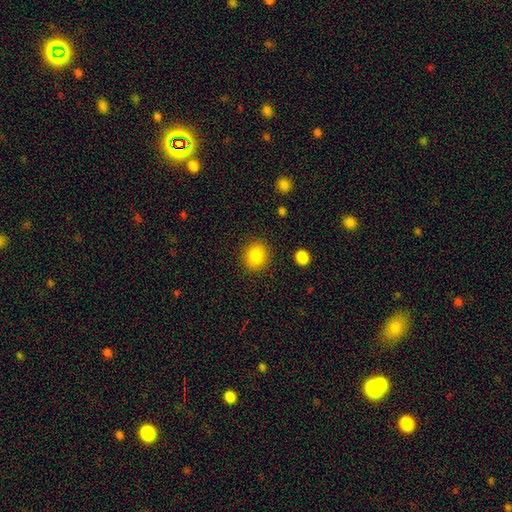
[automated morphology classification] Smooth or featured? Predicted: smooth (p=0.86). How rounded? Predicted: round (p=0.78). Merging? Predicted: none (p=0.89).